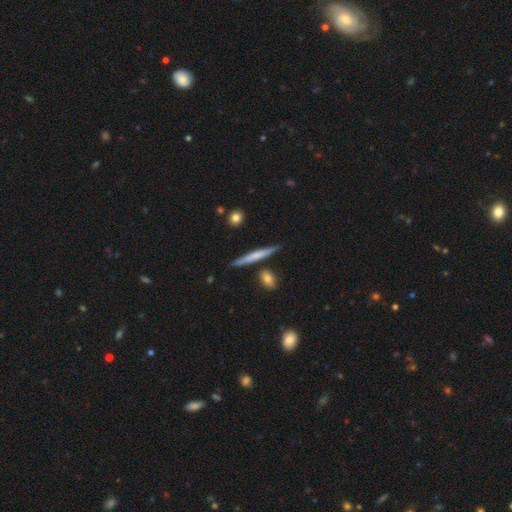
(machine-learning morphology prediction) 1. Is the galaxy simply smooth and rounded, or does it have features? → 50% smooth, 44% featured or disk, 6% star or artifact.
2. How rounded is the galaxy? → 94% cigar-shaped, 4% in between, 2% round.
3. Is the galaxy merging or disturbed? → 83% none, 10% minor disturbance, 5% merger, 2% major disturbance.